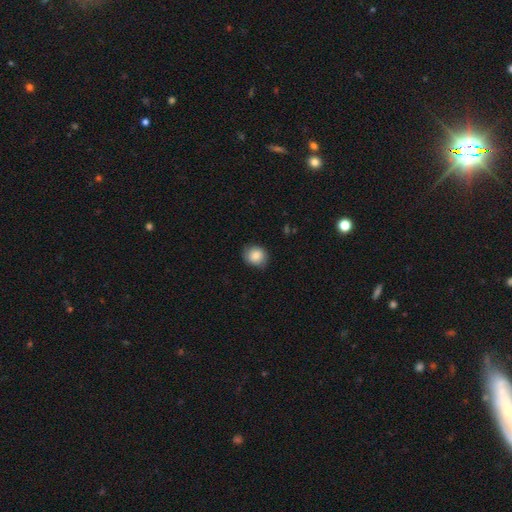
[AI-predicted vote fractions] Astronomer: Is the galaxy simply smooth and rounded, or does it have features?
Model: smooth — 83%.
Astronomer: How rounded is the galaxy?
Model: round — 77%.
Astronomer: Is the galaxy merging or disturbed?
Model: none — 77%.